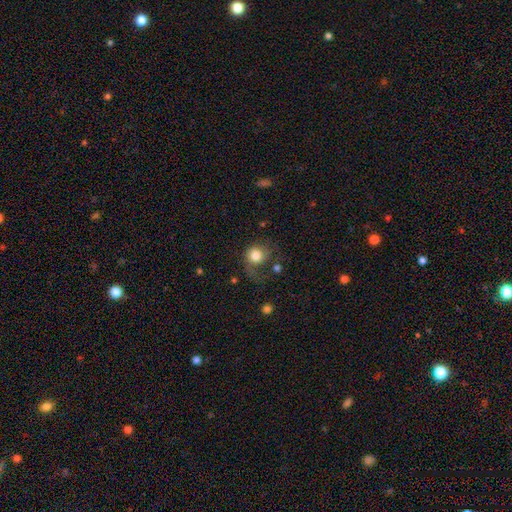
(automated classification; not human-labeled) Smooth or featured? Predicted: smooth (p=0.73). How rounded? Predicted: round (p=0.79). Merging? Predicted: major disturbance (p=0.37).